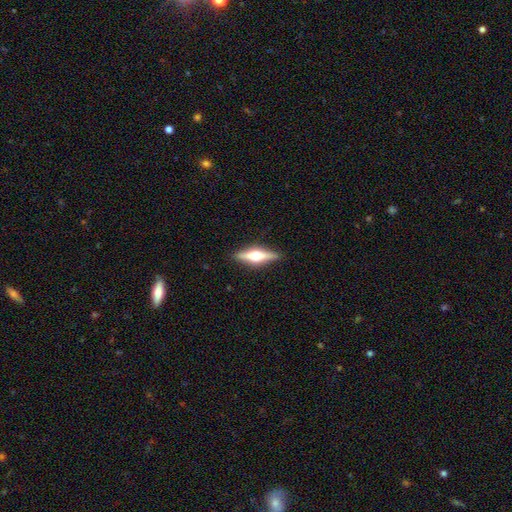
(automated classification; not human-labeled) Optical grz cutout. It shows a featured or disk galaxy (68%) viewed edge-on (97%) with a rounded central bulge (94%). Merging: none (90%).